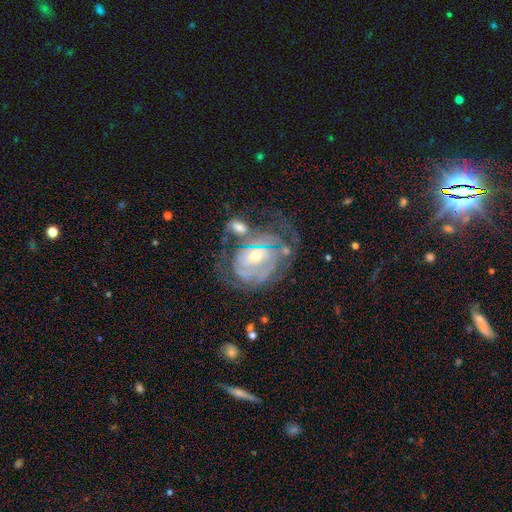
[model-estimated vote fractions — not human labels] Morphology: type=featured or disk (83%); edge-on=no (96%); bar=no (41%); spiral arms=yes (87%); winding=tight (68%); arm count=can't tell (42%); bulge=moderate (52%); merging=none (46%).